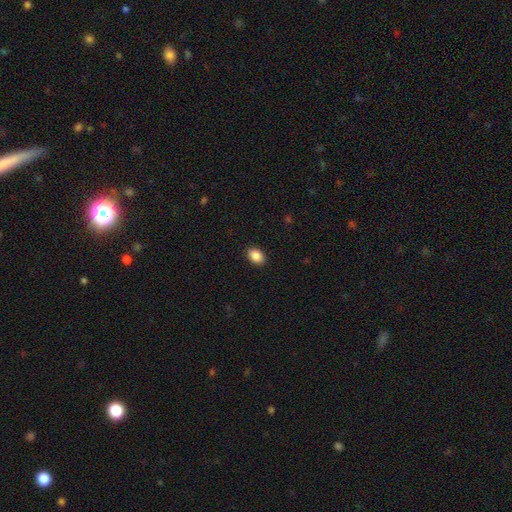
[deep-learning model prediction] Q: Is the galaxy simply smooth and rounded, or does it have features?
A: smooth — 89%.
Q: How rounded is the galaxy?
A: in between — 82%.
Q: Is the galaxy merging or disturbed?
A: none — 90%.